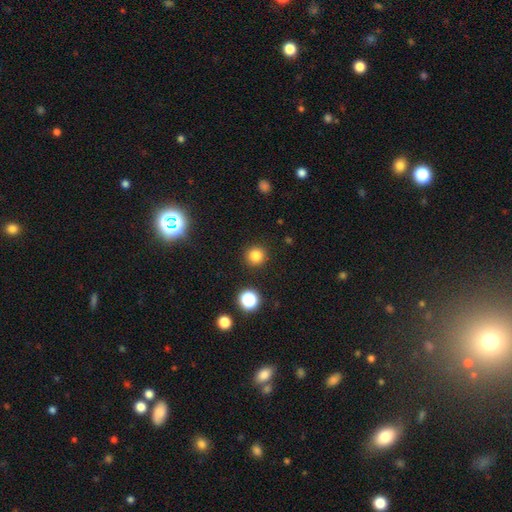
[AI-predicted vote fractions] This is clearly a smooth galaxy (82%). How rounded: clearly round (94%). Merging: clearly none (91%).